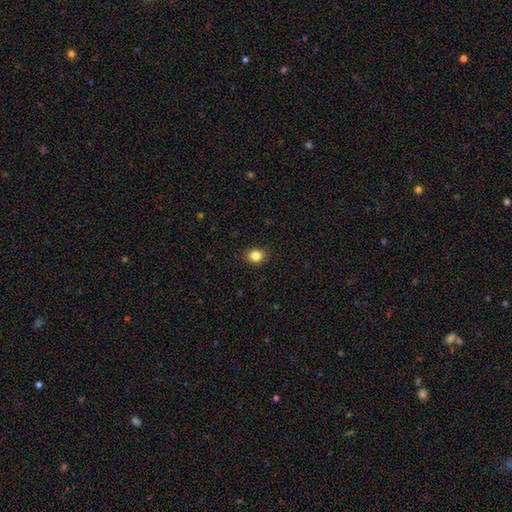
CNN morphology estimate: A smooth galaxy with no disk features (84%) that is round (61%).

Vote fractions:
- Smooth or featured? smooth: 84% / star or artifact: 11% / featured or disk: 5%
- How rounded? round: 61% / in between: 38% / cigar-shaped: 1%
- Merging? none: 90% / minor disturbance: 8% / major disturbance: 2% / merger: 1%